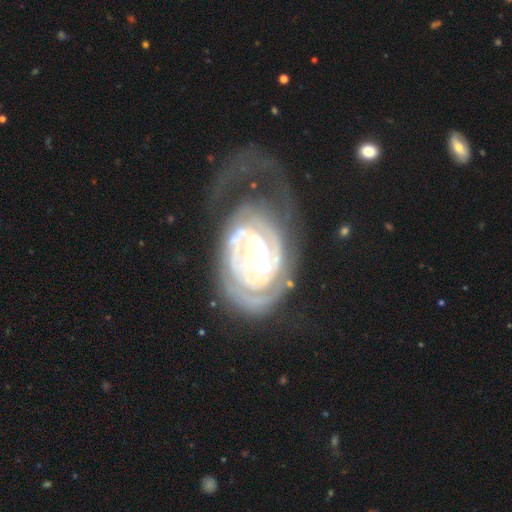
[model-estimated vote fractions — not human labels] Overall: featured or disk (89%). Edge-on disk: no (97%). Bar: no (58%; weak 27%). Spiral arms: yes (95%). Spiral arm count: 2 (34%; can't tell 31%). Spiral winding: tight (75%). Bulge size: moderate (58%; small 33%). Merging: major disturbance (40%; none 36%).